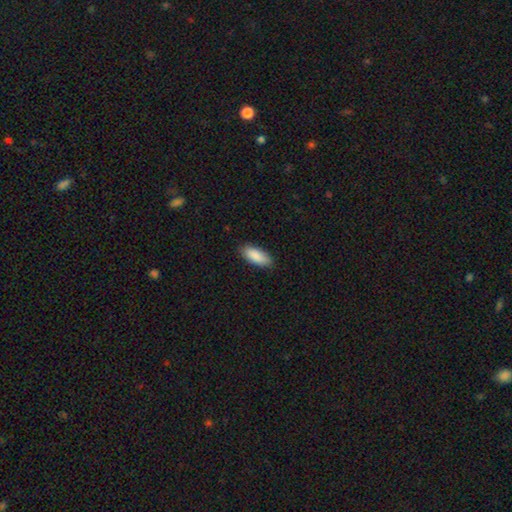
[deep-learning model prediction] Smooth or featured?
  - smooth: 90% *
  - star or artifact: 6%
  - featured or disk: 5%
How rounded?
  - in between: 81% *
  - cigar-shaped: 17%
  - round: 2%
Merging?
  - none: 86% *
  - minor disturbance: 11%
  - major disturbance: 2%
  - merger: 1%